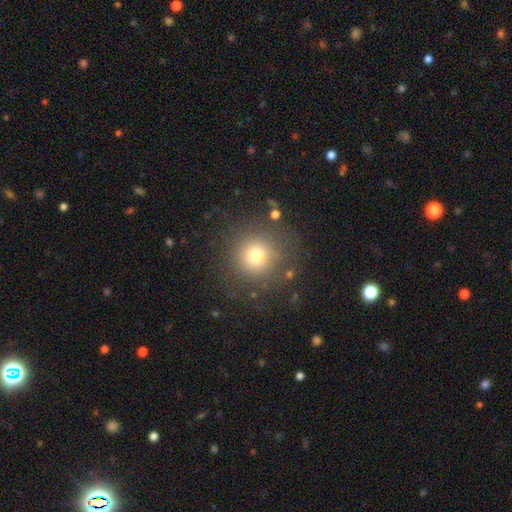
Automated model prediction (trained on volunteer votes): The model was most divided on "smooth or featured": smooth: 72%, star or artifact: 17%, featured or disk: 11%. More confident: how rounded — round (94%); merging — none (81%).